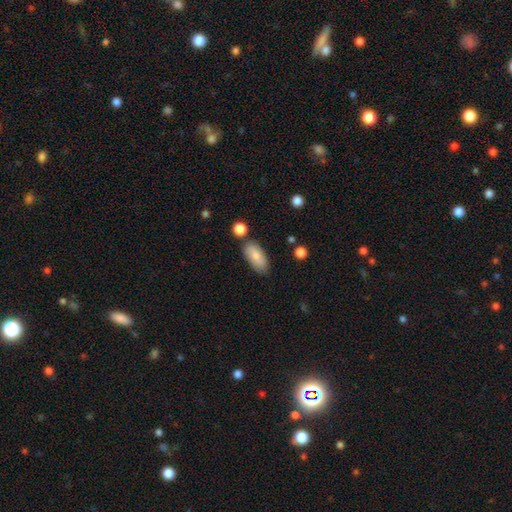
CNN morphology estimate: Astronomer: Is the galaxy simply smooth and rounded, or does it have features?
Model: smooth — 80%.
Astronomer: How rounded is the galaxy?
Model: in between — 90%.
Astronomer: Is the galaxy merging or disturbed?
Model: none — 74%.